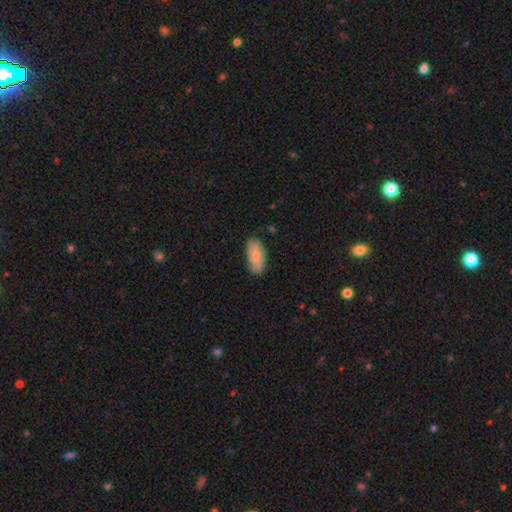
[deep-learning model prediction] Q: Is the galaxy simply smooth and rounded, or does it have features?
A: smooth — 75%.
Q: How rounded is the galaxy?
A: in between — 91%.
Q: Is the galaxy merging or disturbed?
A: none — 77%.